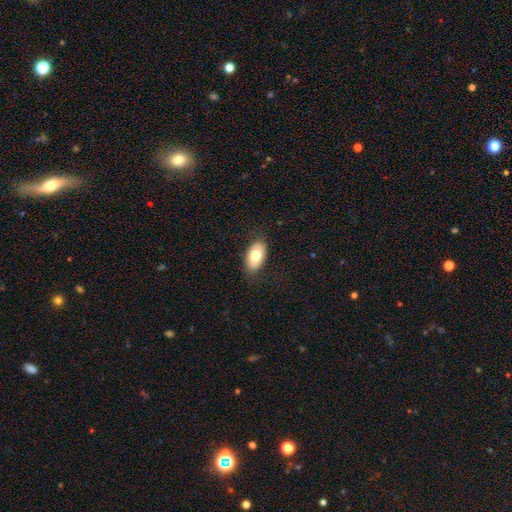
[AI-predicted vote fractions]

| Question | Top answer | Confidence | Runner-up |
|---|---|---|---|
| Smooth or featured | smooth | 75% | featured or disk (18%) |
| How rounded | in between | 93% | round (5%) |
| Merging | none | 83% | minor disturbance (12%) |